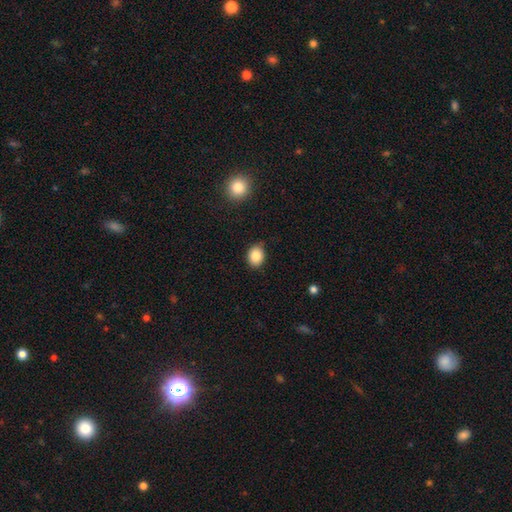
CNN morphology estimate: Smooth or featured?
  - smooth: 85% *
  - star or artifact: 9%
  - featured or disk: 5%
How rounded?
  - in between: 51% *
  - round: 48%
  - cigar-shaped: 1%
Merging?
  - none: 82% *
  - minor disturbance: 14%
  - major disturbance: 2%
  - merger: 2%